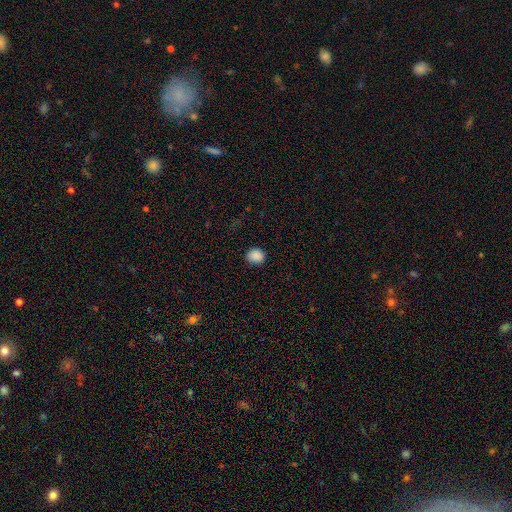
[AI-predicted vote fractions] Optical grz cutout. It shows a smooth galaxy with no disk features (87%) that is round (79%). Merging: none (88%).